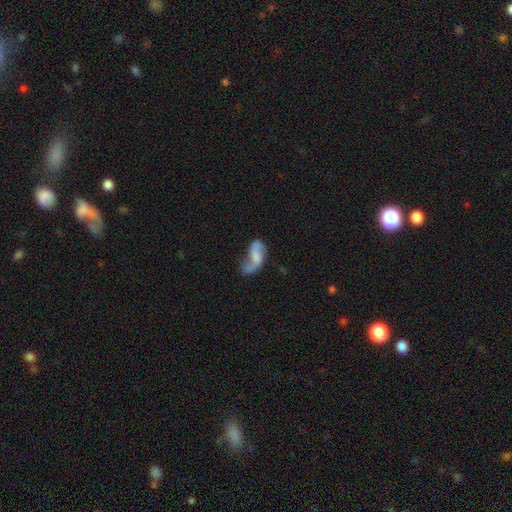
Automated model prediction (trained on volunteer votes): Smooth or featured? Predicted: featured or disk (p=0.58). Edge-on disk? Predicted: no (p=0.96). Bar? Predicted: no (p=0.50). Spiral arms? Predicted: yes (p=0.84). Bulge size? Predicted: none (p=0.40). Merging? Predicted: none (p=0.36).